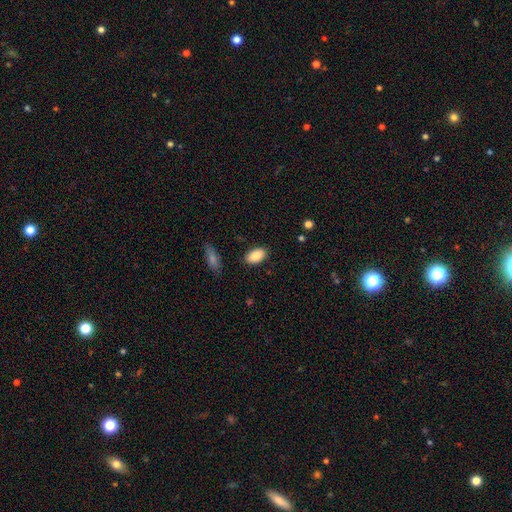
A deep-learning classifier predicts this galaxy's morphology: This is clearly a smooth galaxy (87%). How rounded: clearly in between (93%). Merging: clearly none (87%).